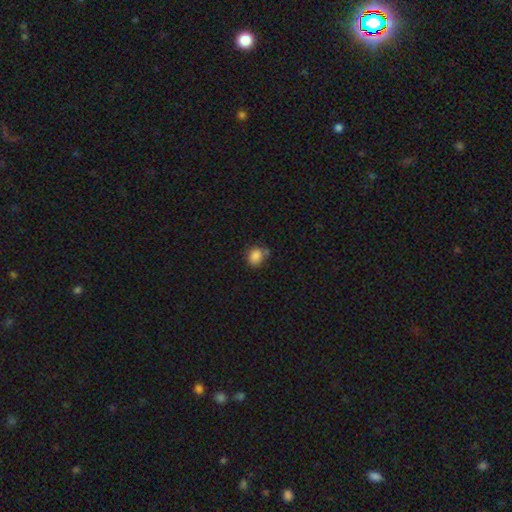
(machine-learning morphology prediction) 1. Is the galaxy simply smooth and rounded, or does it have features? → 85% smooth, 10% star or artifact, 5% featured or disk.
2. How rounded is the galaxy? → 64% round, 35% in between, 1% cigar-shaped.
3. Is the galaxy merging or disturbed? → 62% none, 21% minor disturbance, 11% merger, 5% major disturbance.